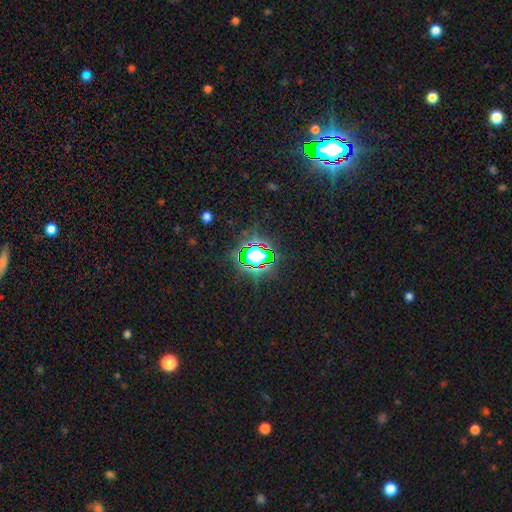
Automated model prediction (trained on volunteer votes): Smooth or featured?
  - star or artifact: 74% *
  - smooth: 15%
  - featured or disk: 11%